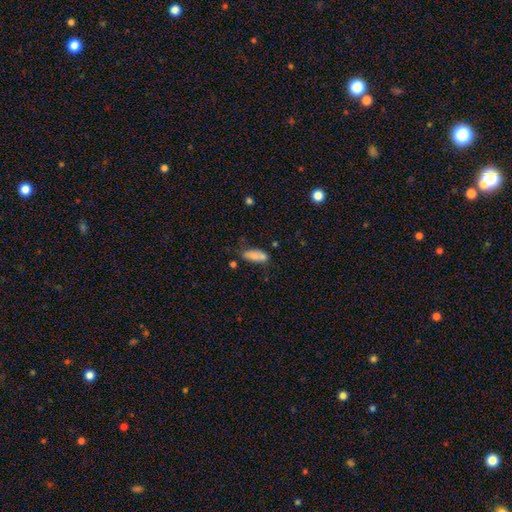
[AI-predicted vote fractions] Morphology: type=smooth (78%); roundness=in between (75%); merging=none (52%).